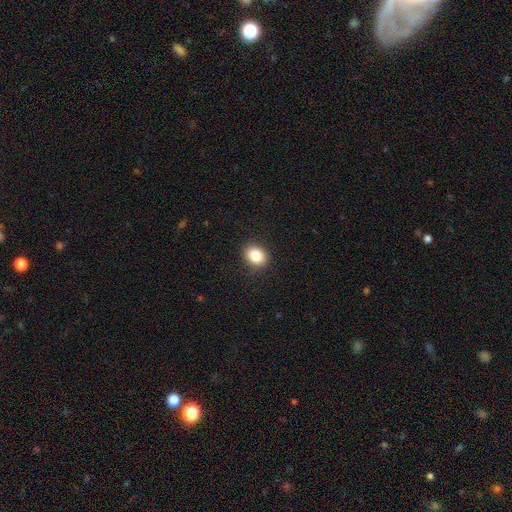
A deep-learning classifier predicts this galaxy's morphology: A smooth galaxy with no disk features (85%) that is round (56%). Merging: none (89%).